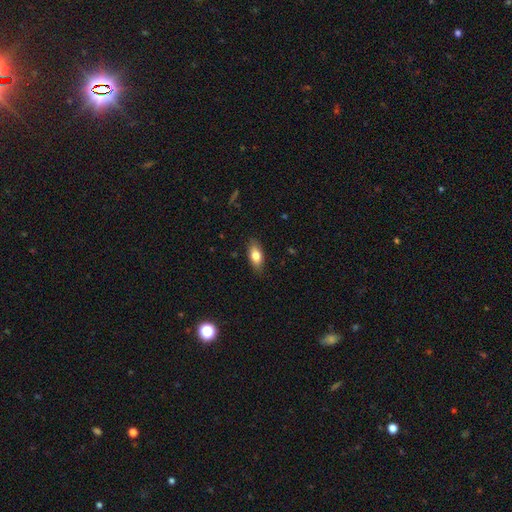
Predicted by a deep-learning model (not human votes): smooth-or-featured: smooth: 77% | featured or disk: 17% | star or artifact: 7%
  how-rounded: in between: 85% | cigar-shaped: 11% | round: 4%
  merging: none: 85% | minor disturbance: 12% | major disturbance: 2% | merger: 1%